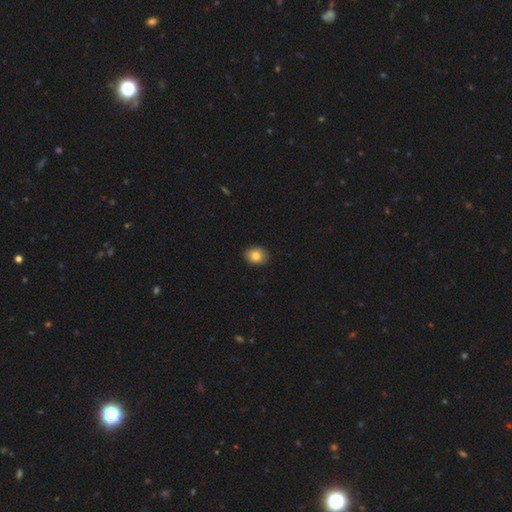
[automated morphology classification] Q: Smooth or featured?
A: smooth (84%); runner-up: star or artifact (9%)
Q: How rounded?
A: in between (61%); runner-up: round (38%)
Q: Merging?
A: none (87%); runner-up: minor disturbance (10%)